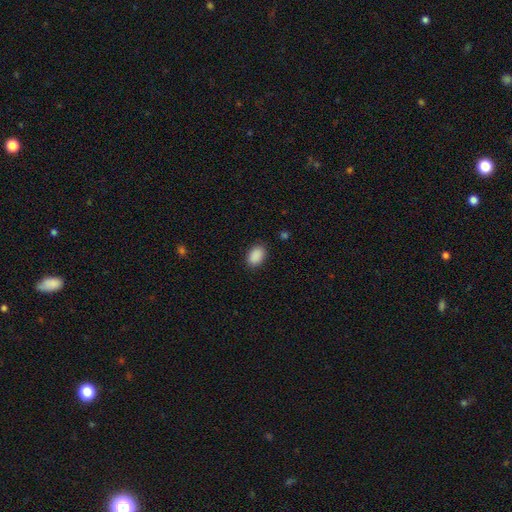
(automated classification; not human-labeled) Overall: smooth (90%). How rounded: in between (88%). Merging: none (87%).